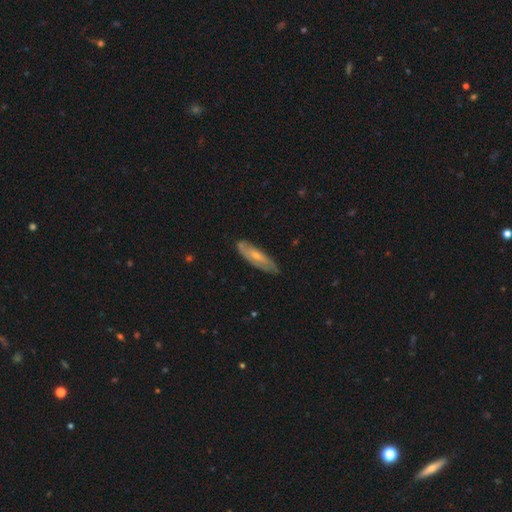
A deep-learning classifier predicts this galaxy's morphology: This appears to be a featured or disk galaxy (52%). Merging: none (76%).